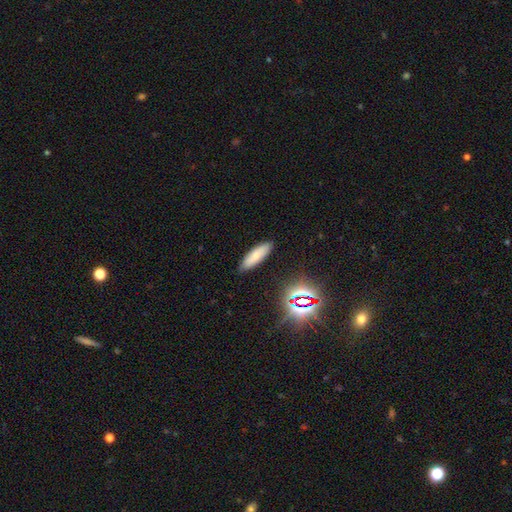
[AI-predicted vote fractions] smooth_or_featured: smooth (p=0.76) [alt: featured or disk p=0.13]
how_rounded: cigar-shaped (p=0.50) [alt: in between p=0.48]
merging: none (p=0.87) [alt: minor disturbance p=0.10]